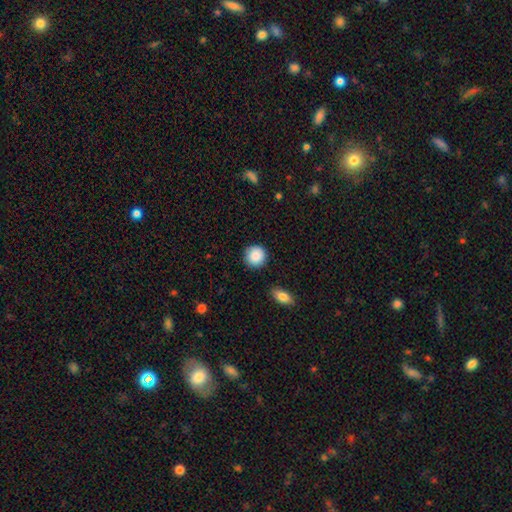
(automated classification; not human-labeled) A smooth galaxy with no disk features (89%) that is round (92%).

Vote fractions:
- Smooth or featured? smooth: 89% / star or artifact: 7% / featured or disk: 4%
- How rounded? round: 92% / in between: 7% / cigar-shaped: 1%
- Merging? none: 88% / minor disturbance: 8% / major disturbance: 2% / merger: 2%